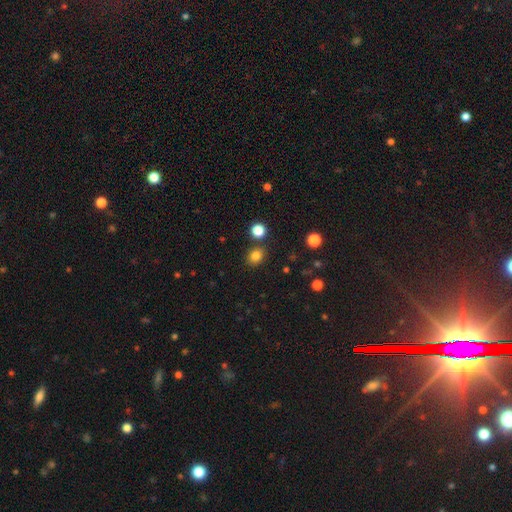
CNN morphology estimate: type=smooth (82%); roundness=round (63%); merging=none (82%).